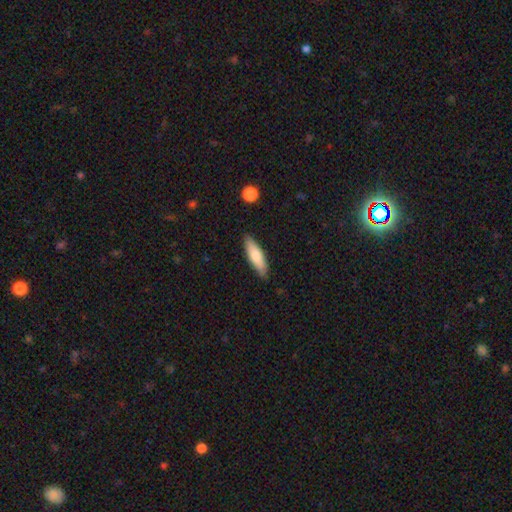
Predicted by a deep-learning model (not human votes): smooth_or_featured: smooth (p=0.77) [alt: featured or disk p=0.18]
how_rounded: cigar-shaped (p=0.55) [alt: in between p=0.43]
merging: none (p=0.85) [alt: minor disturbance p=0.11]